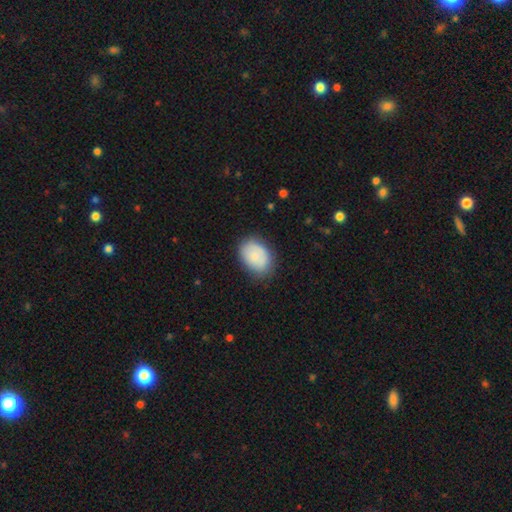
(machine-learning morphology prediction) smooth_or_featured: smooth (p=0.79) [alt: featured or disk p=0.15]
how_rounded: in between (p=0.77) [alt: round p=0.22]
merging: none (p=0.74) [alt: minor disturbance p=0.20]